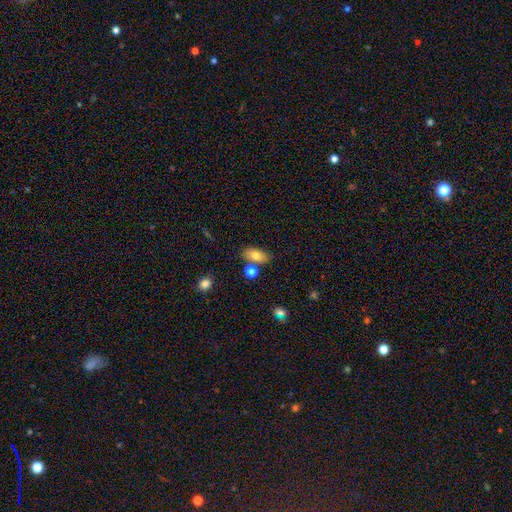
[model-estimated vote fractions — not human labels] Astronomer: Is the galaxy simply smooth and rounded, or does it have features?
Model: smooth — 78%.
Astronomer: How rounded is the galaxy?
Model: in between — 88%.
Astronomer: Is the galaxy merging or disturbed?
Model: none — 70%.